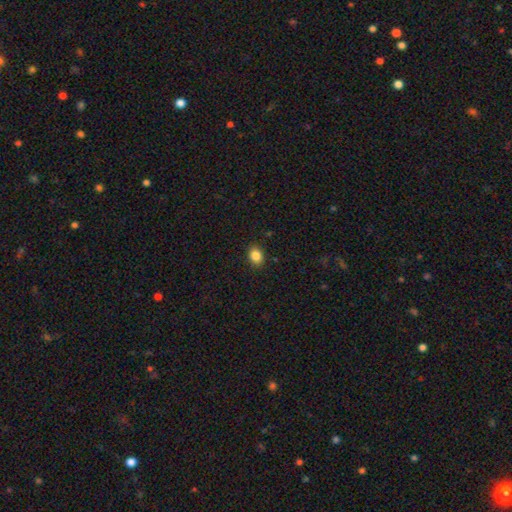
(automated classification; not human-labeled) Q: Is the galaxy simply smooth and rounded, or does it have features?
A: smooth — 86%.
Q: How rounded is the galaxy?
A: in between — 53%.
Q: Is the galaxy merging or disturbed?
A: none — 88%.